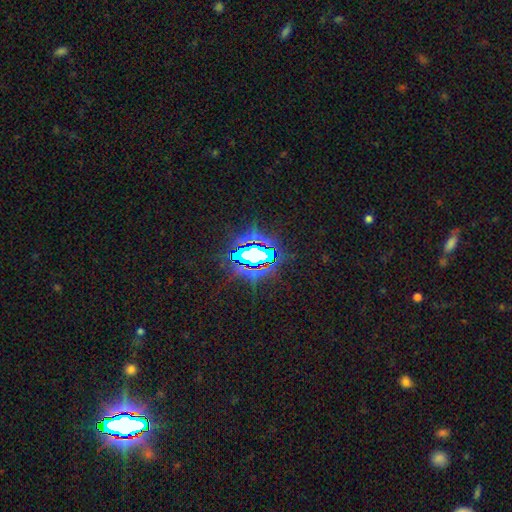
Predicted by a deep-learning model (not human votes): Morphology: type=star or artifact (74%).